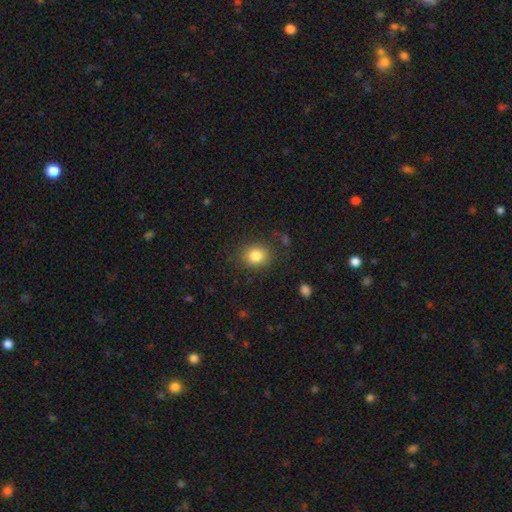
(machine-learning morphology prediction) Q: Smooth or featured?
A: smooth (83%); runner-up: star or artifact (10%)
Q: How rounded?
A: round (65%); runner-up: in between (34%)
Q: Merging?
A: none (82%); runner-up: minor disturbance (12%)